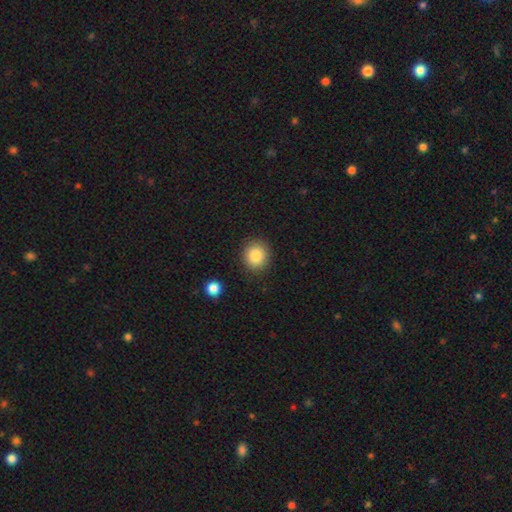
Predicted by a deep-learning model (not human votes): A smooth galaxy with no disk features (85%) that is round (85%).

Vote fractions:
- Smooth or featured? smooth: 85% / star or artifact: 9% / featured or disk: 6%
- How rounded? round: 85% / in between: 14% / cigar-shaped: 1%
- Merging? none: 88% / minor disturbance: 8% / major disturbance: 3% / merger: 2%